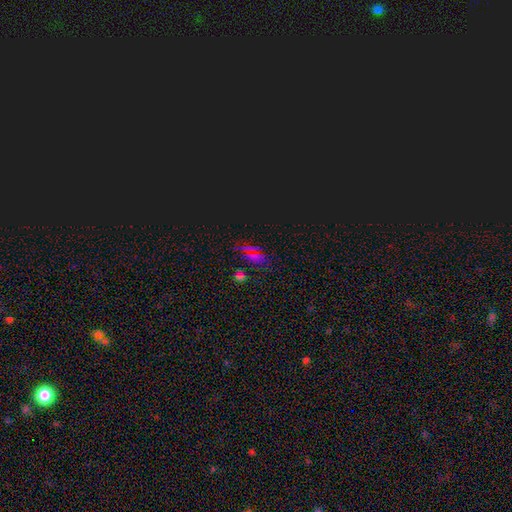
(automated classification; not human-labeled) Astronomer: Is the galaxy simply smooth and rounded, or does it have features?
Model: star or artifact — 61%.